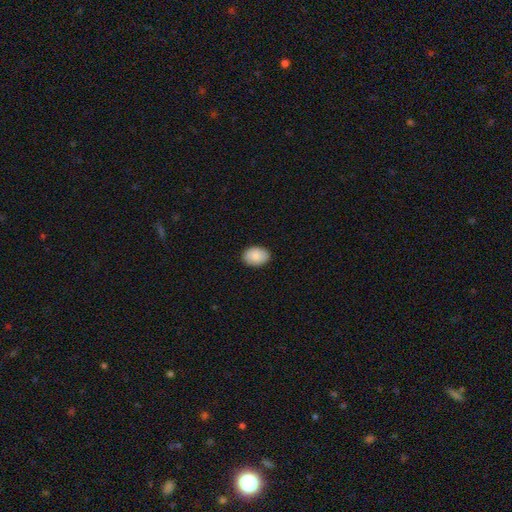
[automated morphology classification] Smooth or featured? Predicted: smooth (p=0.86). How rounded? Predicted: in between (p=0.66). Merging? Predicted: none (p=0.88).